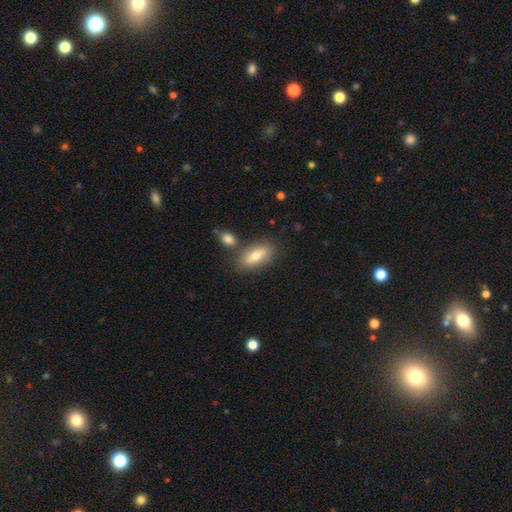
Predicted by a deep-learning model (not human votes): A smooth galaxy with no disk features (71%) that is in between round and cigar-shaped (82%). Merging: none (74%).